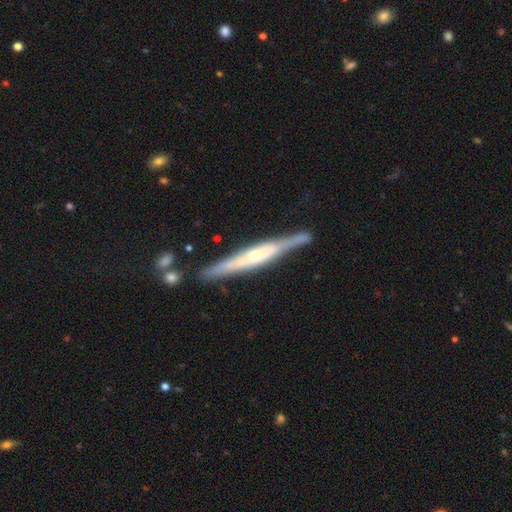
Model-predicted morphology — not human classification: This is likely a featured or disk galaxy (68%). It is clearly viewed edge-on (95%). Edge-on bulge: marginally boxy (40%). Merging: clearly none (80%).